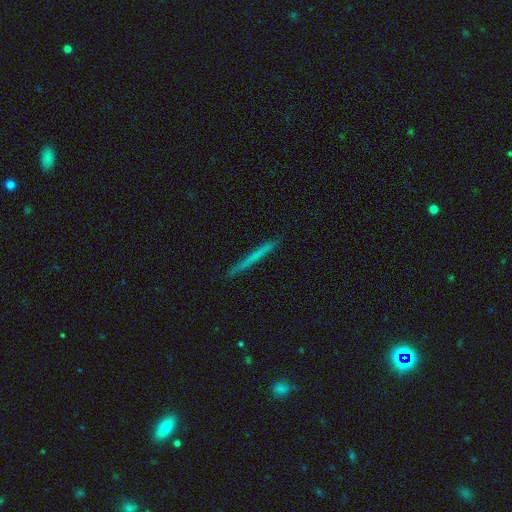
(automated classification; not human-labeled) Smooth or featured: smooth — 56% (featured or disk — 38%)
How rounded: cigar-shaped — 97% (in between — 2%)
Merging: none — 91% (minor disturbance — 6%)